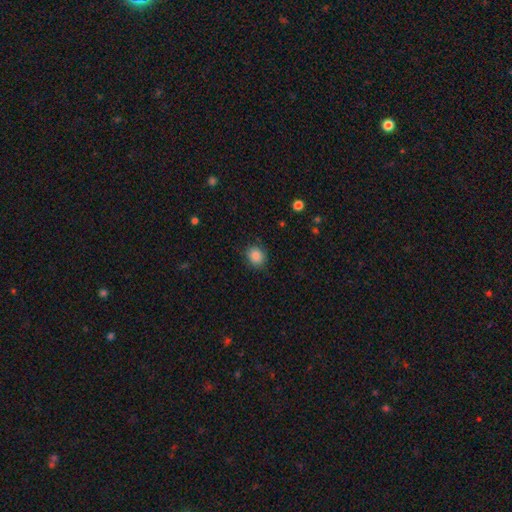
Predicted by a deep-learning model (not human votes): Smooth or featured?
  - smooth: 87% *
  - star or artifact: 9%
  - featured or disk: 4%
How rounded?
  - round: 70% *
  - in between: 29%
  - cigar-shaped: 1%
Merging?
  - none: 82% *
  - minor disturbance: 13%
  - major disturbance: 3%
  - merger: 1%